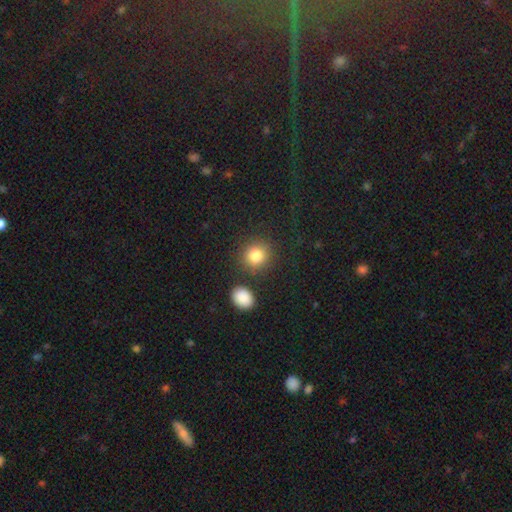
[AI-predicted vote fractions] Smooth or featured?
  - smooth: 83% *
  - star or artifact: 11%
  - featured or disk: 6%
How rounded?
  - round: 82% *
  - in between: 17%
  - cigar-shaped: 1%
Merging?
  - none: 81% *
  - minor disturbance: 9%
  - merger: 7%
  - major disturbance: 3%